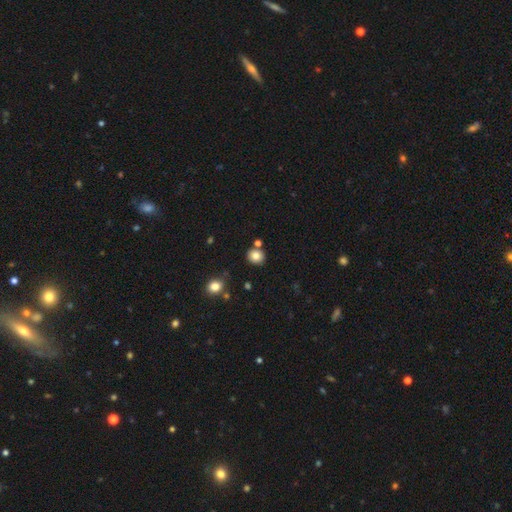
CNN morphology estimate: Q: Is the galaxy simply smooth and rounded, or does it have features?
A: smooth — 82%.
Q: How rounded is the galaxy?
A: round — 82%.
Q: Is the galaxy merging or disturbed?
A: none — 79%.